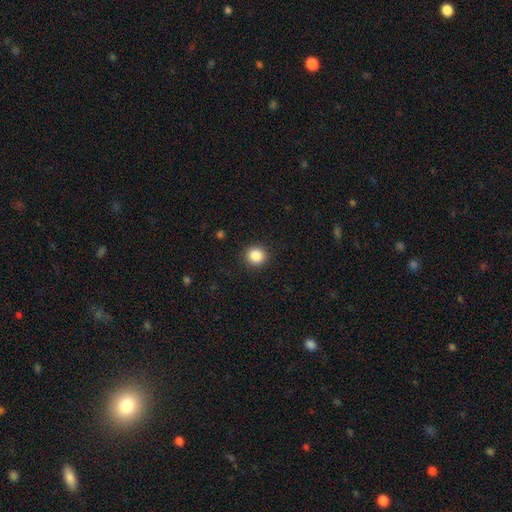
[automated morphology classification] This appears to be a smooth galaxy with no disk features (86%) that is round (90%). Merging: none (91%).